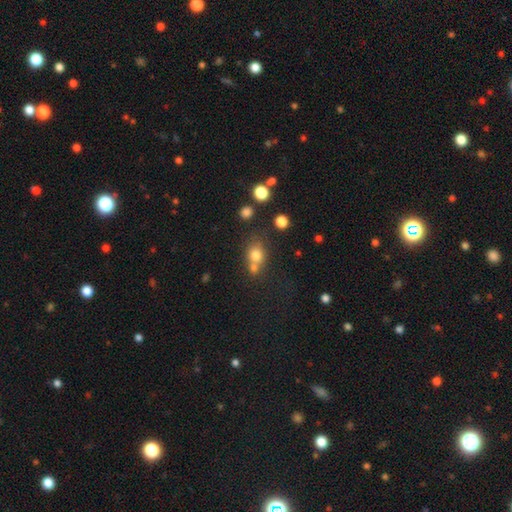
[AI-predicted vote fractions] A smooth galaxy with no disk features (74%) that is round (68%).

Vote fractions:
- Smooth or featured? smooth: 74% / star or artifact: 15% / featured or disk: 11%
- How rounded? round: 68% / in between: 31% / cigar-shaped: 1%
- Merging? none: 44% / merger: 40% / minor disturbance: 11% / major disturbance: 5%